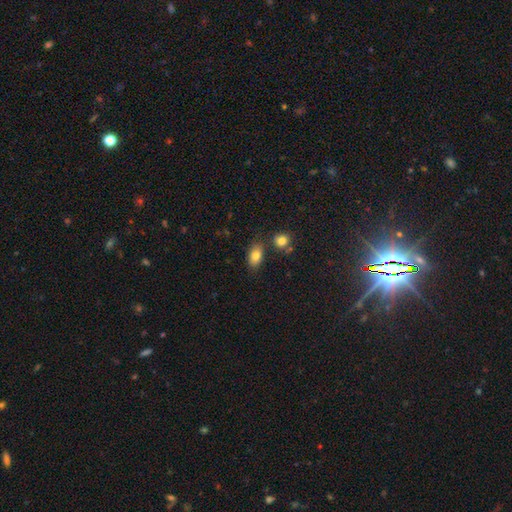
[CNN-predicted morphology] Smooth or featured?
  - smooth: 82% *
  - featured or disk: 10%
  - star or artifact: 8%
How rounded?
  - in between: 89% *
  - round: 9%
  - cigar-shaped: 2%
Merging?
  - none: 77% *
  - minor disturbance: 12%
  - merger: 8%
  - major disturbance: 3%